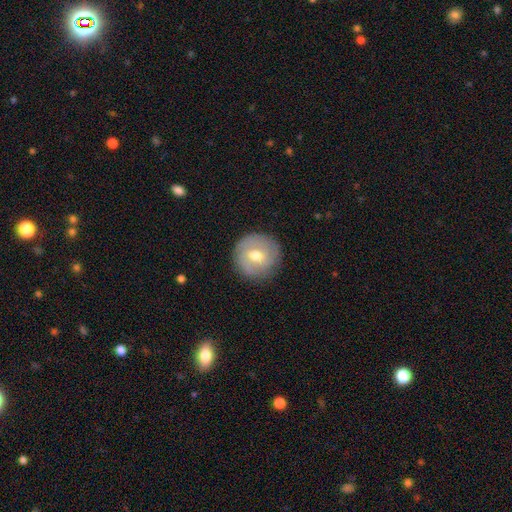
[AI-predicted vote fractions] Smooth or featured? Predicted: smooth (p=0.50). How rounded? Predicted: round (p=0.94). Merging? Predicted: none (p=0.86).